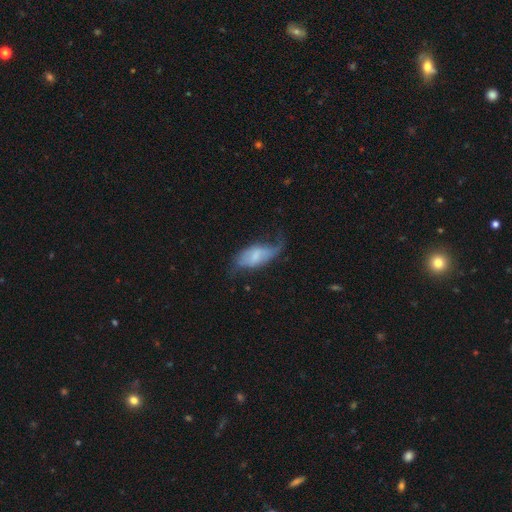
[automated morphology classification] Q: Smooth or featured?
A: smooth (47%); runner-up: featured or disk (45%)
Q: Merging?
A: major disturbance (34%); runner-up: none (32%)